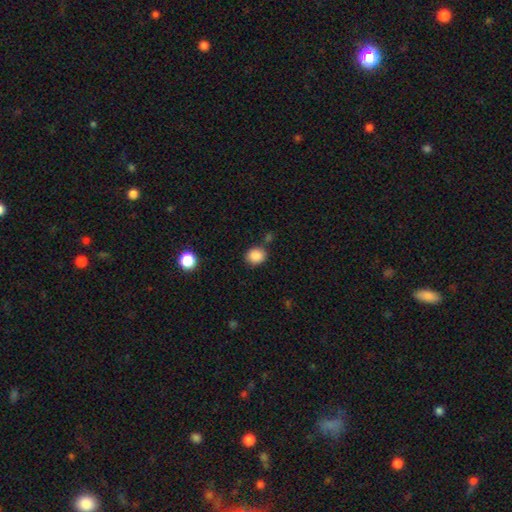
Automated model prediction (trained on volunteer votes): The model was most divided on "how rounded": round: 73%, in between: 26%, cigar-shaped: 1%. More confident: smooth or featured — smooth (87%); merging — none (78%).